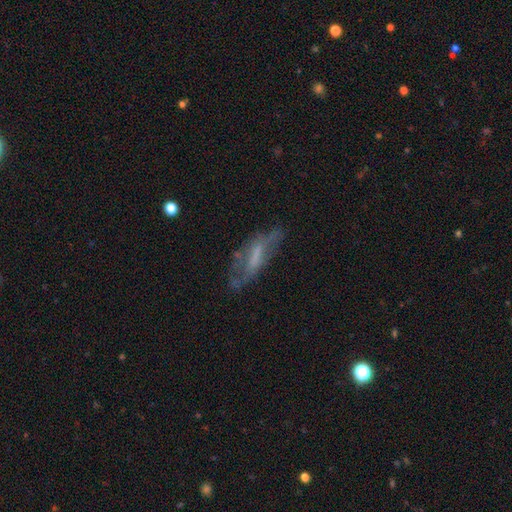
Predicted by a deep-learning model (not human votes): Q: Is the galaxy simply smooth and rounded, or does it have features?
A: featured or disk — 54%.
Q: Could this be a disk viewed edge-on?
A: no — 75%.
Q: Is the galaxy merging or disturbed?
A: none — 50%.